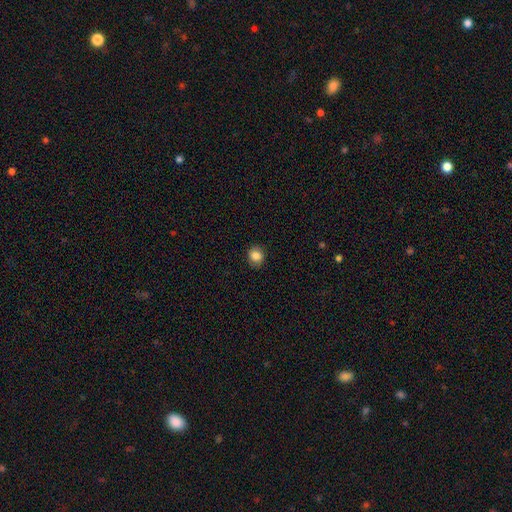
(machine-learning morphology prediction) Smooth or featured: smooth — 84% (star or artifact — 10%)
How rounded: round — 76% (in between — 23%)
Merging: none — 86% (minor disturbance — 10%)